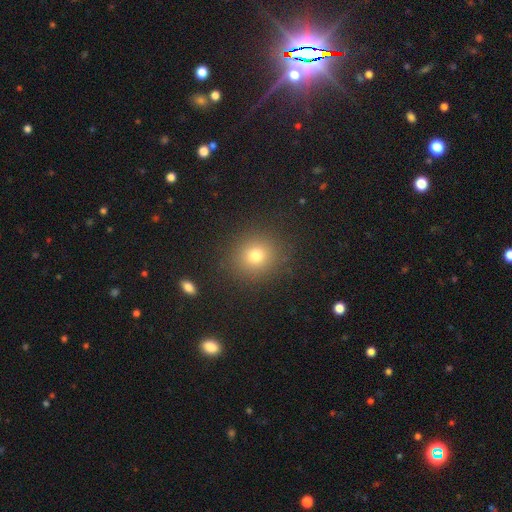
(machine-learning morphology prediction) smooth-or-featured: smooth: 75% | star or artifact: 17% | featured or disk: 8%
  how-rounded: round: 83% | in between: 16% | cigar-shaped: 1%
  merging: none: 89% | minor disturbance: 7% | major disturbance: 3% | merger: 1%